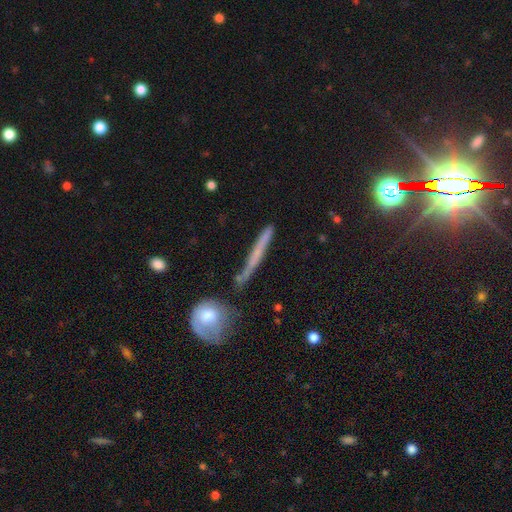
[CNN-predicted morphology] This is possibly a featured or disk galaxy (46%). Merging: likely none (72%).